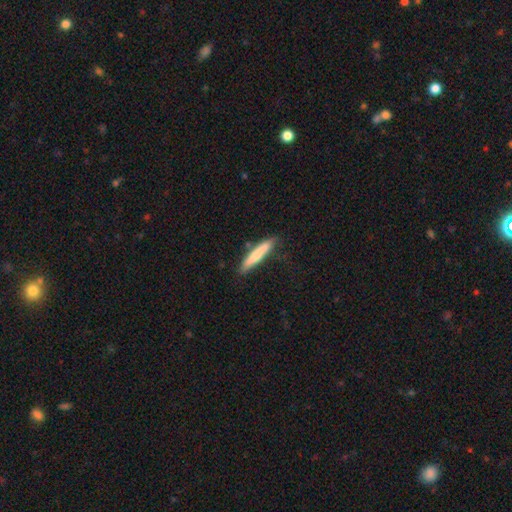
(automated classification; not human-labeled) A smooth galaxy with no disk features (71%) that is cigar-shaped (92%).

Vote fractions:
- Smooth or featured? smooth: 71% / featured or disk: 24% / star or artifact: 5%
- How rounded? cigar-shaped: 92% / in between: 7% / round: 1%
- Merging? none: 75% / minor disturbance: 18% / merger: 4% / major disturbance: 3%